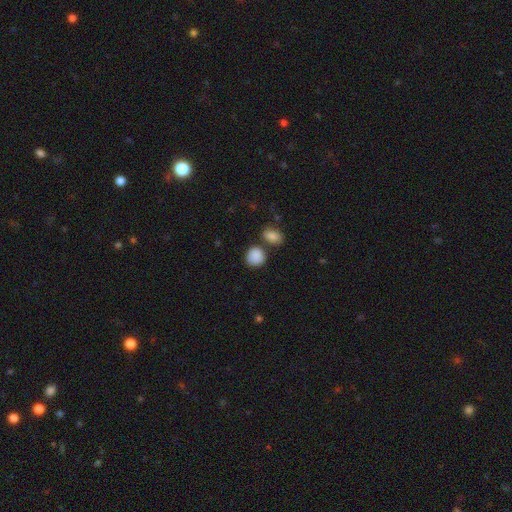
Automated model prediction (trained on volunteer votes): The model was most divided on "how rounded": round: 74%, in between: 25%, cigar-shaped: 1%. More confident: smooth or featured — smooth (88%); merging — none (69%).